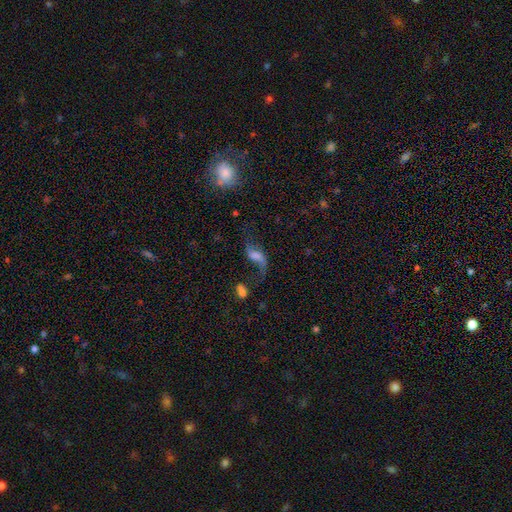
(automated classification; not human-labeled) Q: Smooth or featured?
A: featured or disk (68%); runner-up: smooth (20%)
Q: Edge-on disk?
A: no (94%); runner-up: yes (6%)
Q: Bar?
A: weak (44%); runner-up: no (34%)
Q: Spiral arms?
A: yes (90%); runner-up: no (10%)
Q: Spiral winding?
A: loose (91%); runner-up: medium (7%)
Q: Spiral arm count?
A: 2 (86%); runner-up: 1 (9%)
Q: Bulge size?
A: none (32%); runner-up: small (26%)
Q: Merging?
A: none (53%); runner-up: major disturbance (21%)